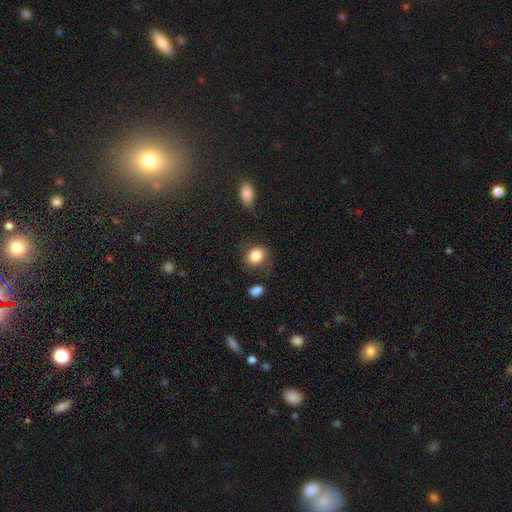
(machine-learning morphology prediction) smooth 86%, star or artifact 9%, featured or disk 5%. Down the decision tree: how rounded — round (66%); merging — none (72%).